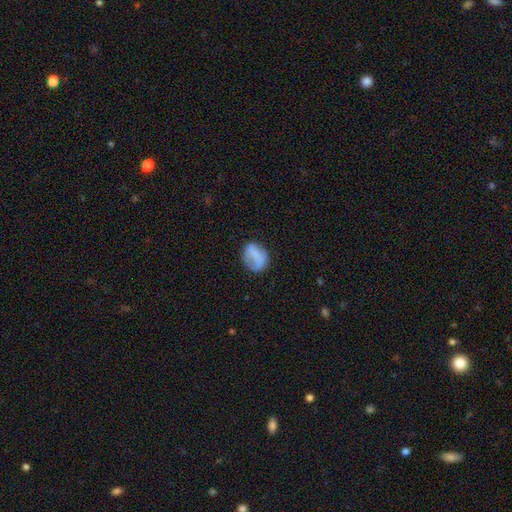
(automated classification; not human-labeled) smooth 72%, featured or disk 20%, star or artifact 9%. Down the decision tree: how rounded — round (53%); merging — none (63%).